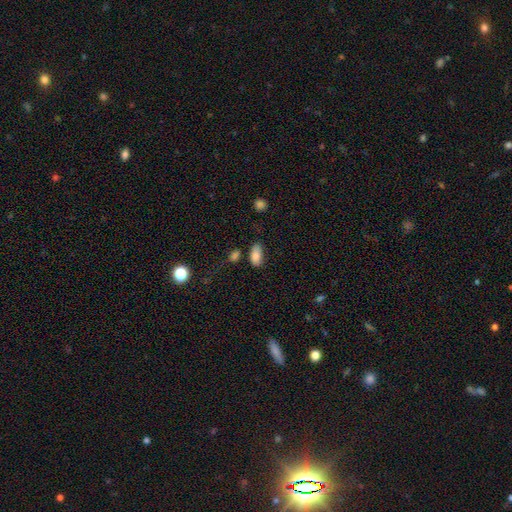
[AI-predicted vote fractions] Morphology: type=smooth (84%); roundness=in between (91%); merging=none (67%).